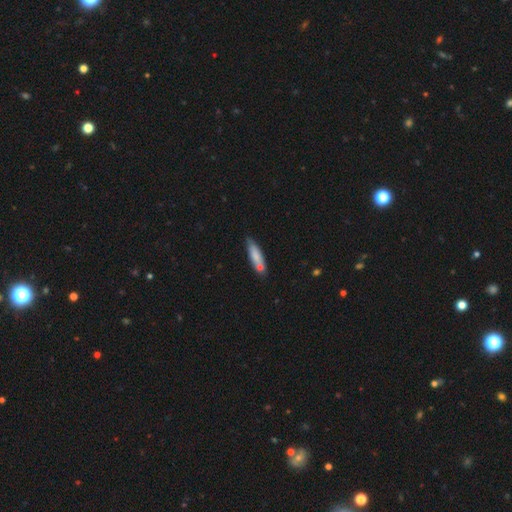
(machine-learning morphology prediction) This appears to be a smooth galaxy with no disk features (75%) that is cigar-shaped (68%). Merging: none (64%).